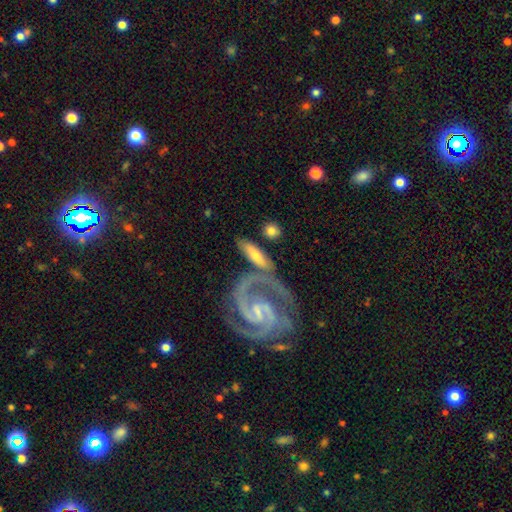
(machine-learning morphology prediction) Q: Smooth or featured?
A: featured or disk (56%); runner-up: smooth (37%)
Q: Edge-on disk?
A: no (81%); runner-up: yes (19%)
Q: Merging?
A: none (58%); runner-up: merger (19%)